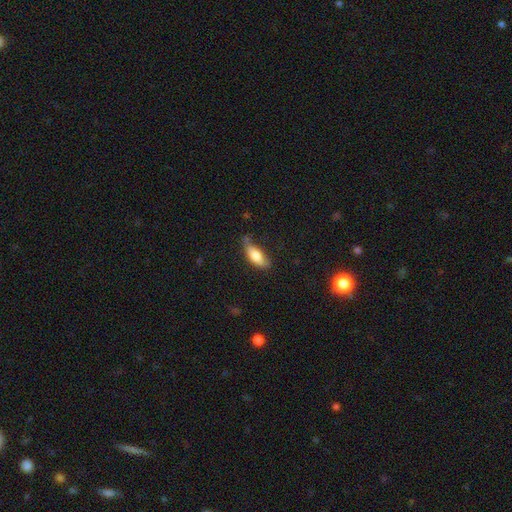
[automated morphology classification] type=smooth (76%); roundness=in between (74%); merging=none (52%).